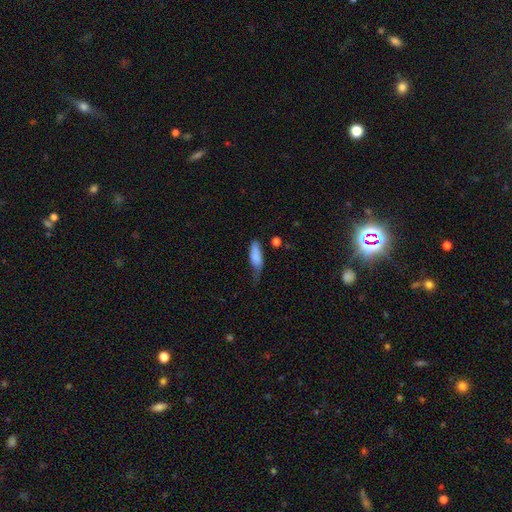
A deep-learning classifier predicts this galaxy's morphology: Smooth or featured: smooth — 83% (featured or disk — 10%)
How rounded: in between — 70% (cigar-shaped — 28%)
Merging: minor disturbance — 44% (none — 30%)